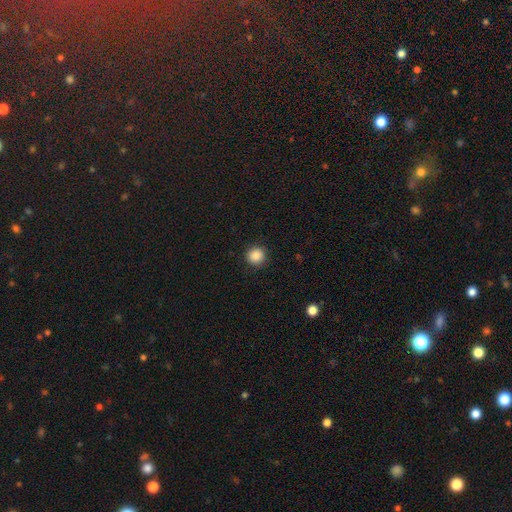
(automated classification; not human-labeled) This is clearly a smooth galaxy (88%). How rounded: clearly round (94%). Merging: clearly none (91%).